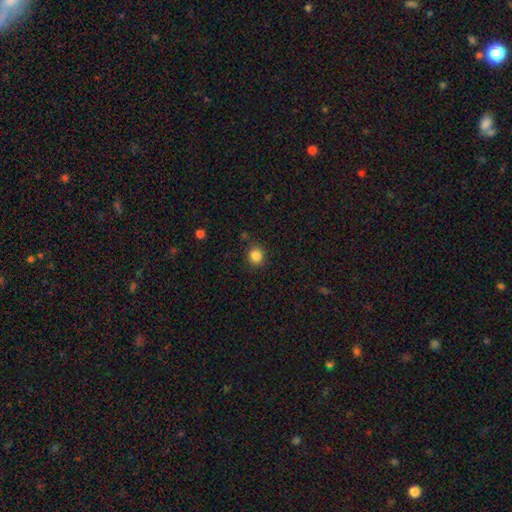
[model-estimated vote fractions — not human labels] The model was most divided on "smooth or featured": smooth: 85%, star or artifact: 11%, featured or disk: 4%. More confident: how rounded — round (88%); merging — none (87%).